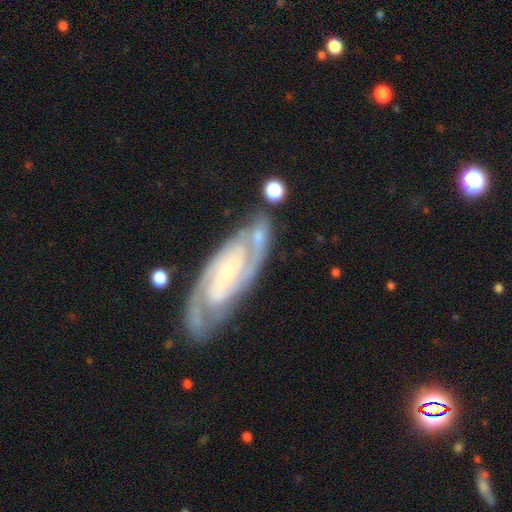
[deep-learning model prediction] smooth_or_featured: featured or disk (p=0.91) [alt: smooth p=0.05]
disk_edge_on: no (p=0.94) [alt: yes p=0.06]
bar: no (p=0.53) [alt: weak p=0.31]
has_spiral_arms: yes (p=0.98) [alt: no p=0.02]
spiral_winding: tight (p=0.60) [alt: medium p=0.35]
spiral_arm_count: 2 (p=0.82) [alt: 3 p=0.07]
bulge_size: small (p=0.77) [alt: moderate p=0.18]
merging: none (p=0.77) [alt: minor disturbance p=0.14]